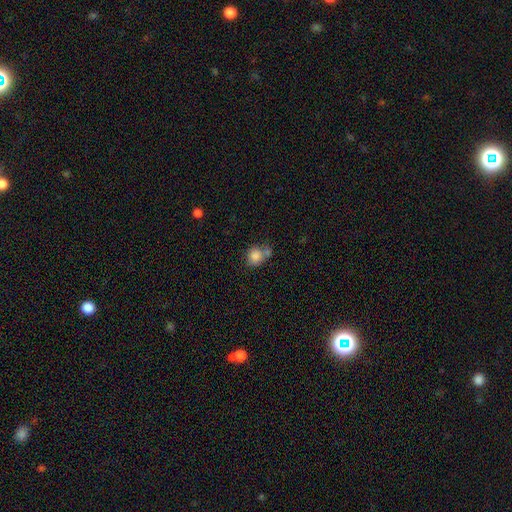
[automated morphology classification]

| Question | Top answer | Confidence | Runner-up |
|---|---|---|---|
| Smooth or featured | smooth | 82% | star or artifact (9%) |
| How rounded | round | 68% | in between (31%) |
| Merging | none | 45% | merger (33%) |